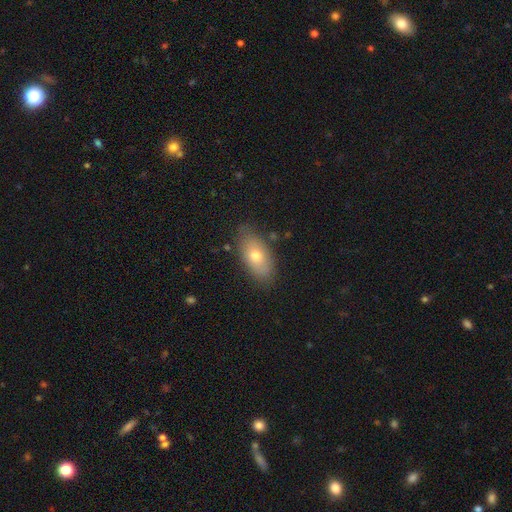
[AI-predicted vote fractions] smooth 68%, featured or disk 24%, star or artifact 8%. Down the decision tree: how rounded — in between (89%); merging — none (83%).